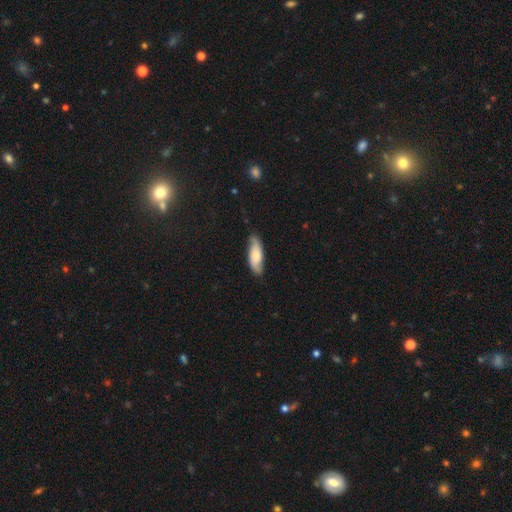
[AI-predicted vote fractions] smooth 55%, featured or disk 39%, star or artifact 6%. Down the decision tree: how rounded — in between (64%); merging — none (75%).